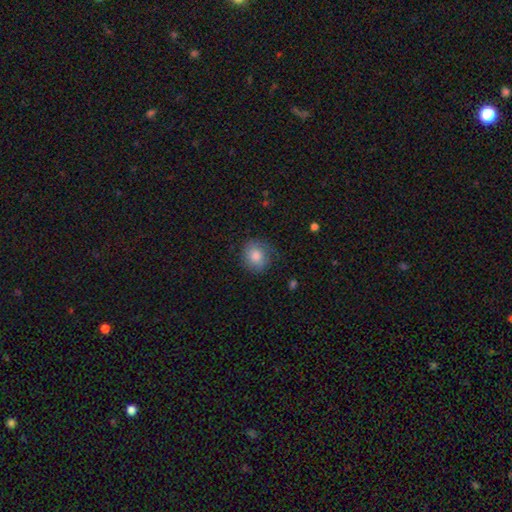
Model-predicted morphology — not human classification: This appears to be a smooth galaxy with no disk features (79%) that is round (78%). Merging: none (72%).